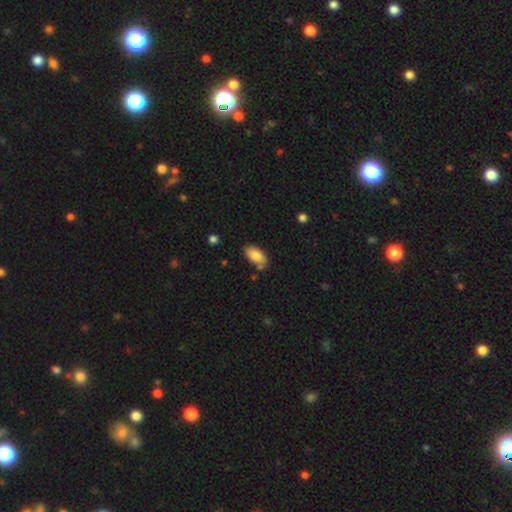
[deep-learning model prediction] smooth 81%, featured or disk 12%, star or artifact 7%. Down the decision tree: how rounded — in between (93%); merging — none (73%).